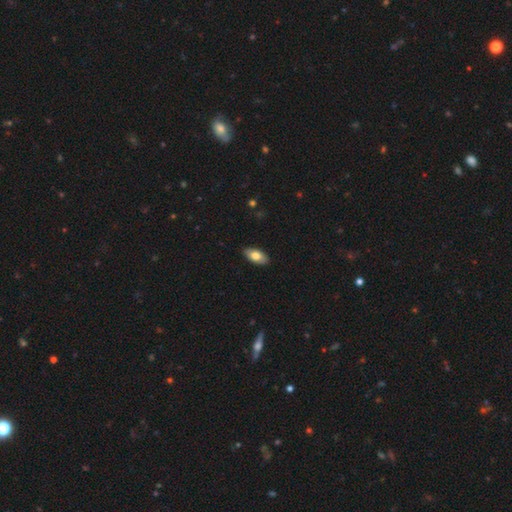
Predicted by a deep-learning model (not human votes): smooth-or-featured: smooth: 77% | featured or disk: 17% | star or artifact: 6%
  how-rounded: in between: 93% | cigar-shaped: 4% | round: 3%
  merging: none: 88% | minor disturbance: 9% | major disturbance: 2% | merger: 1%